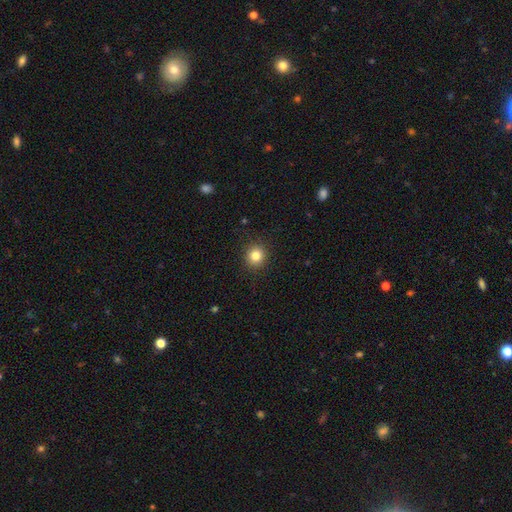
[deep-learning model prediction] This appears to be a smooth galaxy with no disk features (82%) that is round (91%). Merging: none (91%).